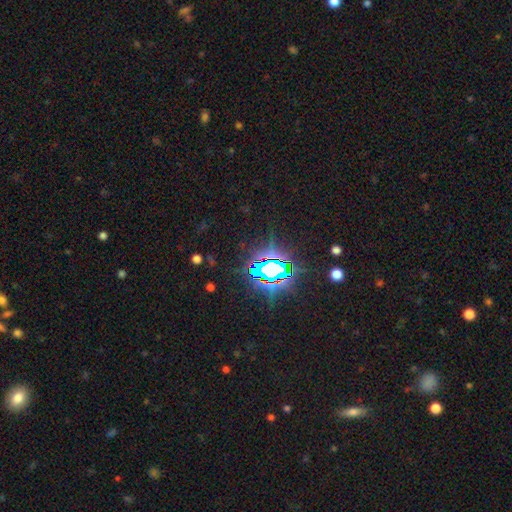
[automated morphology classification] Q: Smooth or featured?
A: star or artifact (81%); runner-up: smooth (11%)